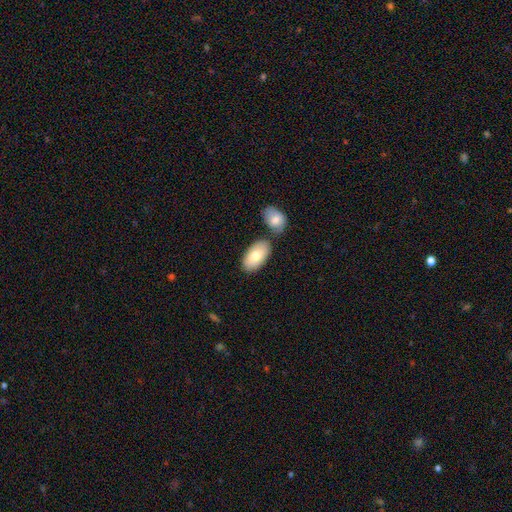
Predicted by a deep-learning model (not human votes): smooth-or-featured: smooth: 77% | featured or disk: 17% | star or artifact: 6%
  how-rounded: in between: 95% | round: 3% | cigar-shaped: 2%
  merging: none: 65% | merger: 21% | minor disturbance: 11% | major disturbance: 3%